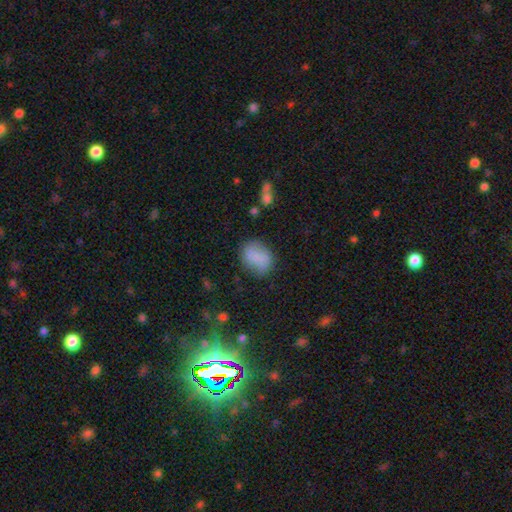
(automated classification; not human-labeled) This appears to be a smooth galaxy with no disk features (76%) that is in between round and cigar-shaped (59%). Merging: none (71%).